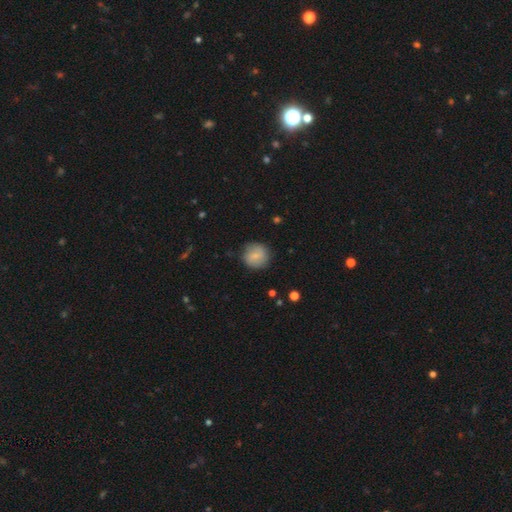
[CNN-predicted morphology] This appears to be a smooth galaxy with no disk features (73%) that is round (91%). Merging: none (82%).